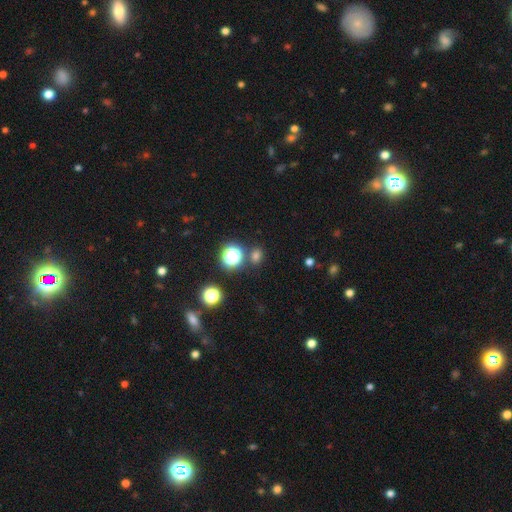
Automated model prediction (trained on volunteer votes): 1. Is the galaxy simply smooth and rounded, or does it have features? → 67% smooth, 28% star or artifact, 5% featured or disk.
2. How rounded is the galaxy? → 61% round, 37% in between, 1% cigar-shaped.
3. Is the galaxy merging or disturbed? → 80% none, 9% minor disturbance, 8% merger, 3% major disturbance.